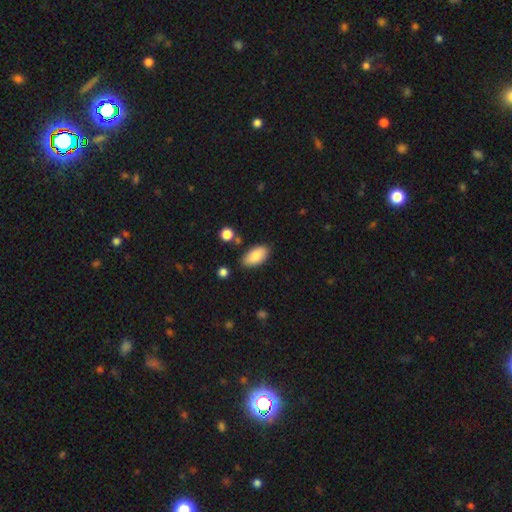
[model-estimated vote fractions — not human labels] Smooth or featured? Predicted: smooth (p=0.84). How rounded? Predicted: in between (p=0.94). Merging? Predicted: none (p=0.82).